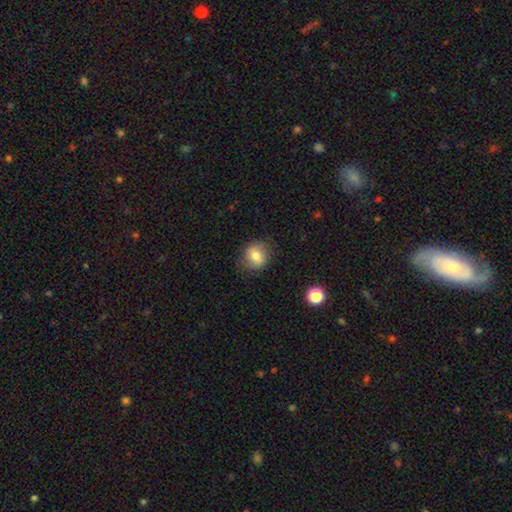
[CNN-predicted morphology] This appears to be a smooth galaxy with no disk features (77%) that is round (67%). Merging: none (80%).